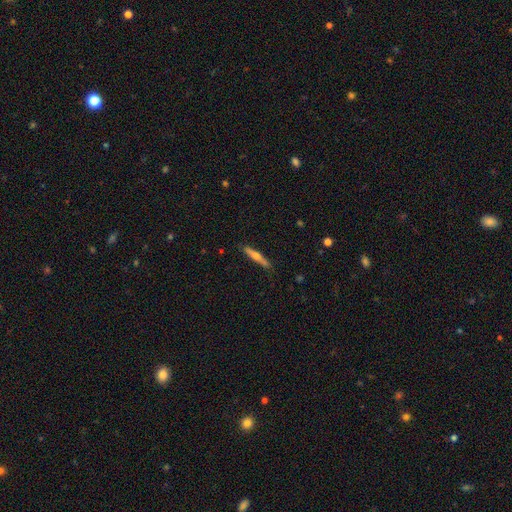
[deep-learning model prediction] Smooth or featured? featured or disk (51%)
Edge-on disk? yes (96%)
Merging? none (84%)